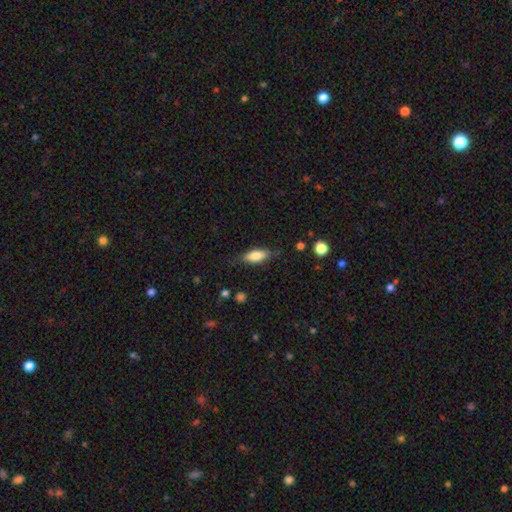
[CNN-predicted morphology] Smooth or featured? smooth (74%)
How rounded? in between (73%)
Merging? none (76%)